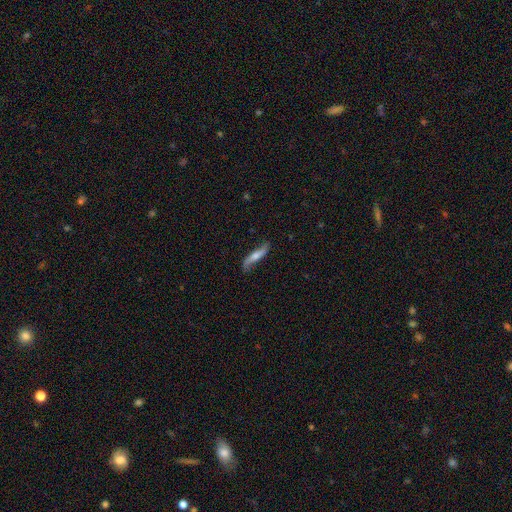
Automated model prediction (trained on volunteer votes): This is possibly a featured or disk galaxy (53%). It is possibly not viewed edge-on (52%). Merging: likely none (73%).